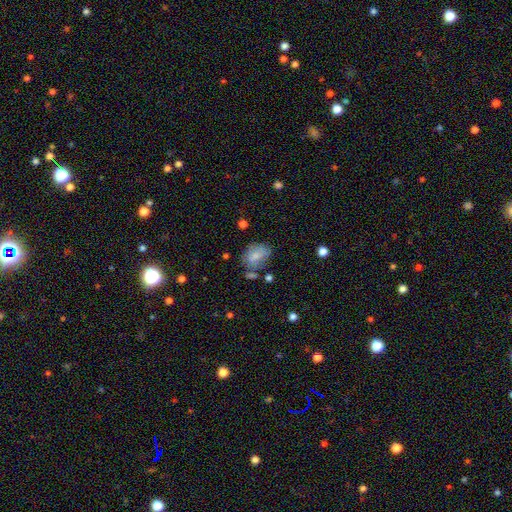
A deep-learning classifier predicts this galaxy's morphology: smooth-or-featured: smooth: 74% | featured or disk: 17% | star or artifact: 9%
  how-rounded: in between: 69% | round: 30% | cigar-shaped: 1%
  merging: none: 50% | minor disturbance: 28% | major disturbance: 12% | merger: 10%